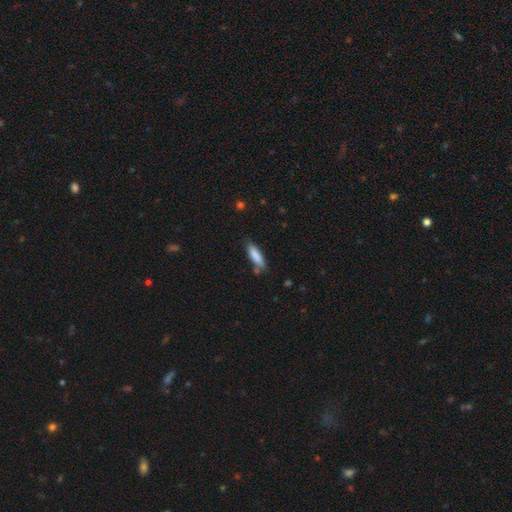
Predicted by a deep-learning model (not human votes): Smooth or featured: smooth — 85% (featured or disk — 9%)
How rounded: cigar-shaped — 60% (in between — 38%)
Merging: none — 76% (minor disturbance — 17%)